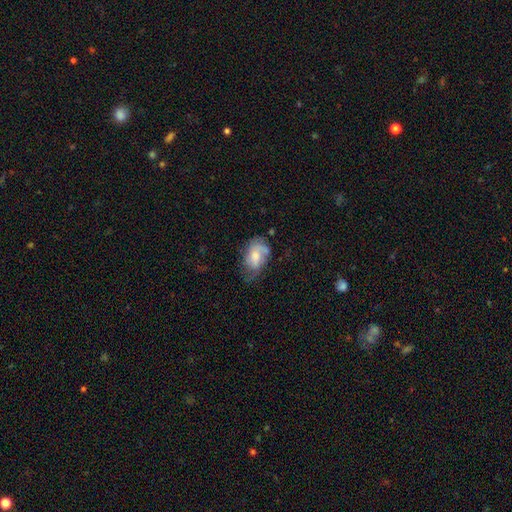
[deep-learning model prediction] Morphology: type=featured or disk (47%); merging=none (42%).